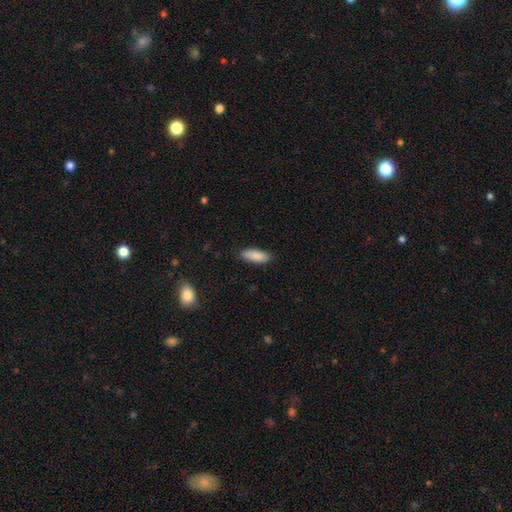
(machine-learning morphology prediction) A smooth galaxy with no disk features (89%) that is in between round and cigar-shaped (72%). Merging: none (87%).